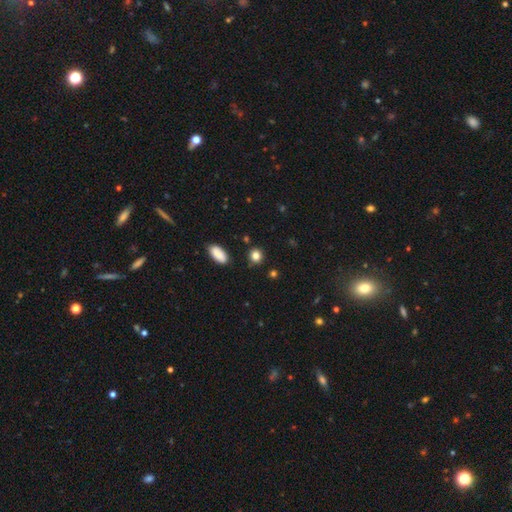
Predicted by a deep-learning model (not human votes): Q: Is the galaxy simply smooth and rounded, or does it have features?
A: smooth — 84%.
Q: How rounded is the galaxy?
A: round — 78%.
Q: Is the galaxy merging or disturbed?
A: none — 85%.